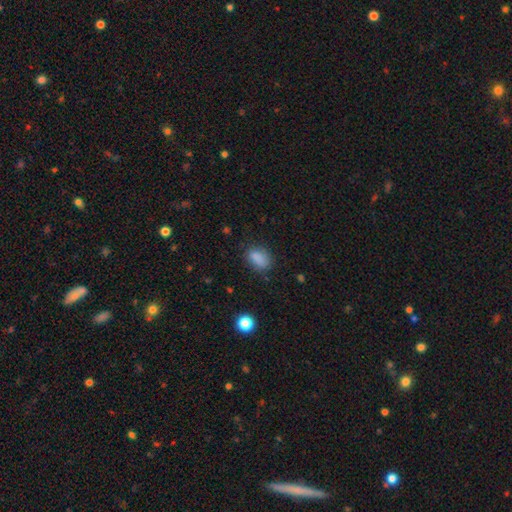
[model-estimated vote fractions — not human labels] Smooth or featured? Predicted: smooth (p=0.83). How rounded? Predicted: in between (p=0.82). Merging? Predicted: none (p=0.78).